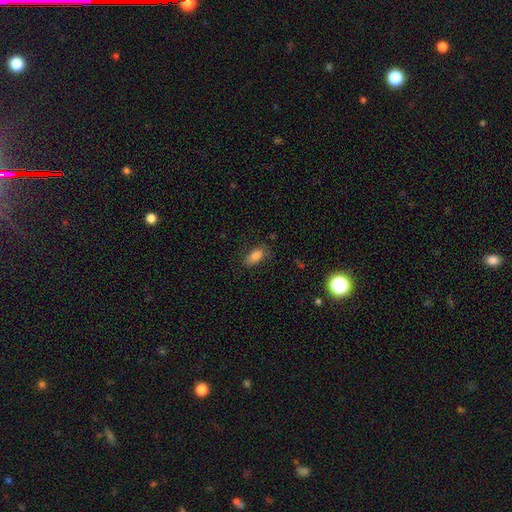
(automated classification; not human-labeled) This appears to be a smooth galaxy with no disk features (84%) that is in between round and cigar-shaped (89%). Merging: none (77%).